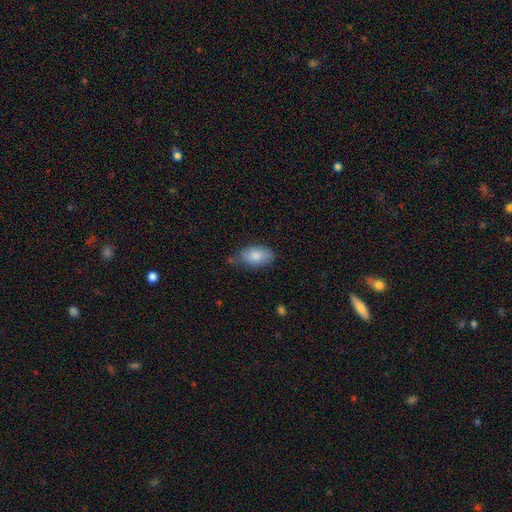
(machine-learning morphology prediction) The model was most divided on "merging": none: 66%, minor disturbance: 25%, major disturbance: 5%, merger: 3%. More confident: how rounded — in between (93%); smooth or featured — smooth (84%).